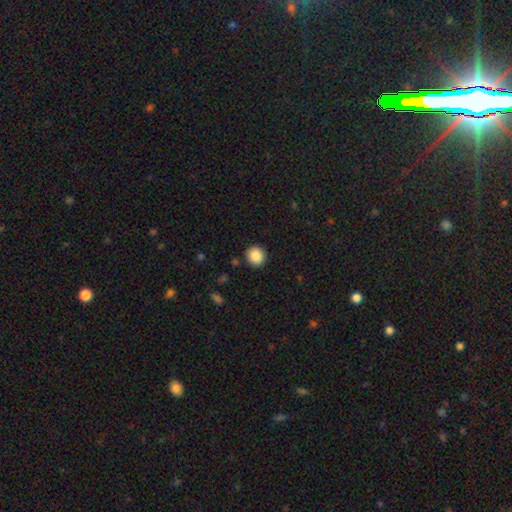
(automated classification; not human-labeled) This appears to be a smooth galaxy with no disk features (88%) that is round (91%). Merging: none (91%).